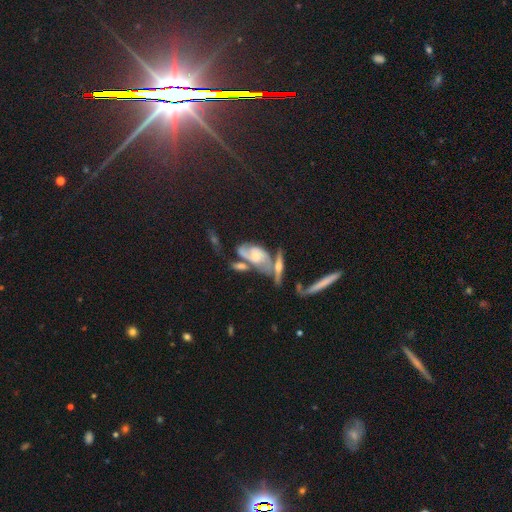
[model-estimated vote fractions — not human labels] Morphology: type=featured or disk (70%); edge-on=no (87%); bar=no (70%); spiral arms=yes (87%); winding=medium (43%); arm count=2 (65%); bulge=small (42%); merging=merger (34%).